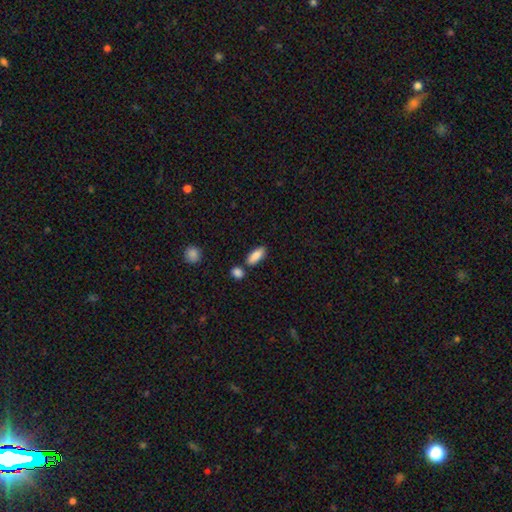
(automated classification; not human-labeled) Smooth or featured? Predicted: smooth (p=0.87). How rounded? Predicted: in between (p=0.77). Merging? Predicted: none (p=0.74).